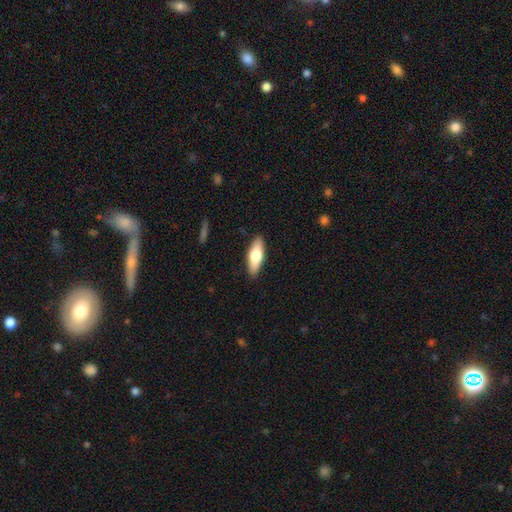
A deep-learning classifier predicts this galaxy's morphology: smooth 66%, featured or disk 28%, star or artifact 6%. Down the decision tree: how rounded — in between (62%); merging — none (89%).